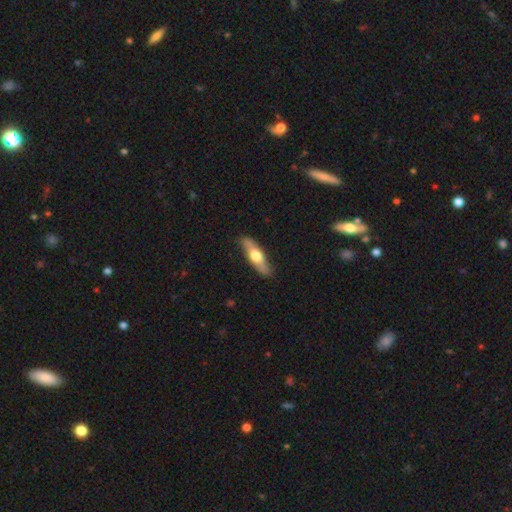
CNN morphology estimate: Smooth or featured? Predicted: featured or disk (p=0.49). Merging? Predicted: none (p=0.85).